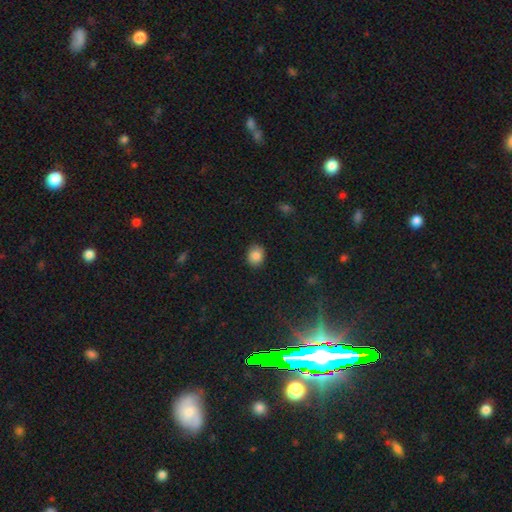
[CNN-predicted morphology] This appears to be a smooth galaxy with no disk features (86%) that is round (59%). Merging: none (88%).